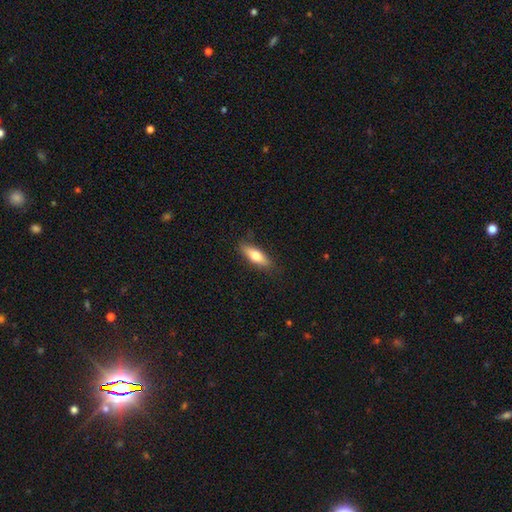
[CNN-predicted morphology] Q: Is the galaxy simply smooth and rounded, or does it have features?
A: smooth — 66%.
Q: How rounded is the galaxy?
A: in between — 51%.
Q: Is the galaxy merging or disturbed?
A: none — 85%.